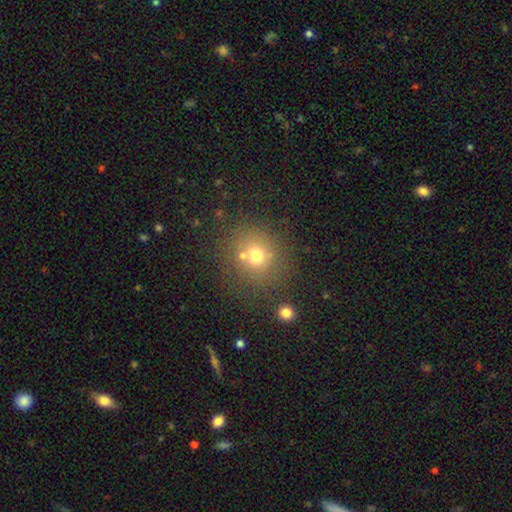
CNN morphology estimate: Overall: smooth (69%). How rounded: round (86%). Merging: none (71%).